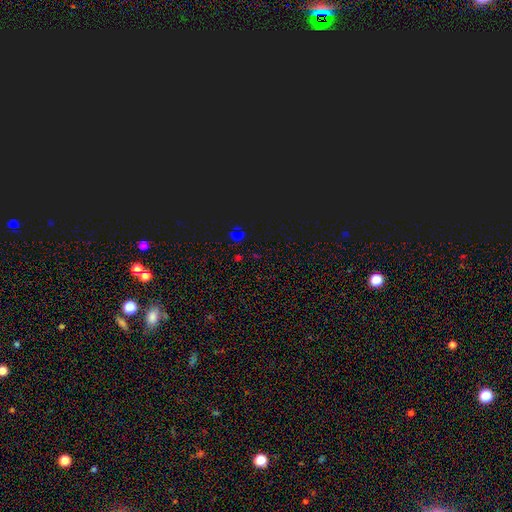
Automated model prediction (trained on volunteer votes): This appears to be a star or artifact, not a galaxy (58%).